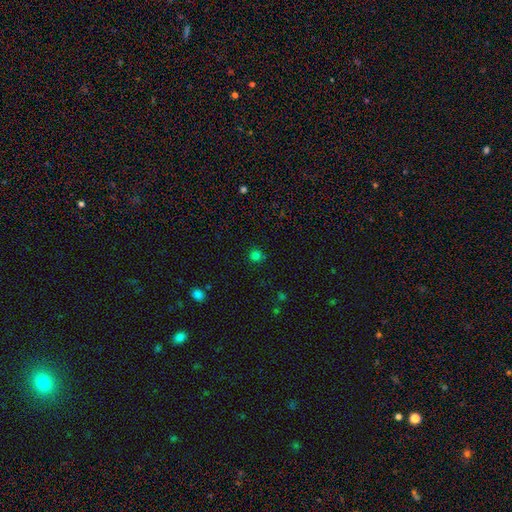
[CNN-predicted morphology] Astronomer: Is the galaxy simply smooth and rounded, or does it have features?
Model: smooth — 78%.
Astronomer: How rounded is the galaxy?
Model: round — 92%.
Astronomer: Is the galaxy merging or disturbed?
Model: none — 86%.